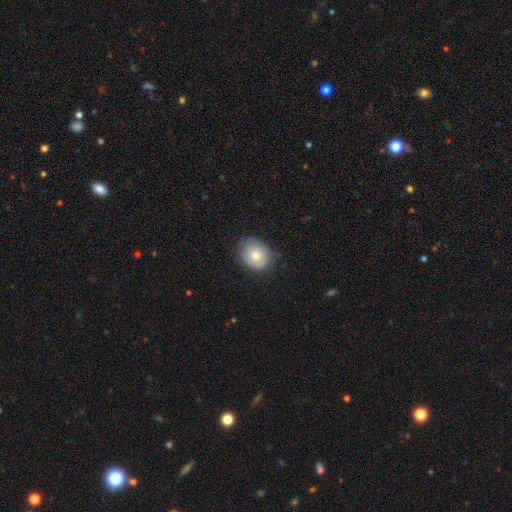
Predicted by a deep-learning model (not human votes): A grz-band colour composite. It shows a smooth galaxy with no disk features (70%) that is in between round and cigar-shaped (52%). Merging: none (72%).